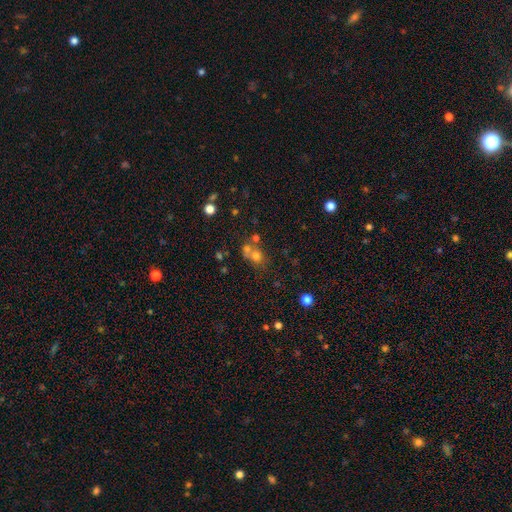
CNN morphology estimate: smooth_or_featured: smooth (p=0.64) [alt: star or artifact p=0.19]
how_rounded: round (p=0.74) [alt: in between p=0.25]
merging: merger (p=0.48) [alt: none p=0.38]